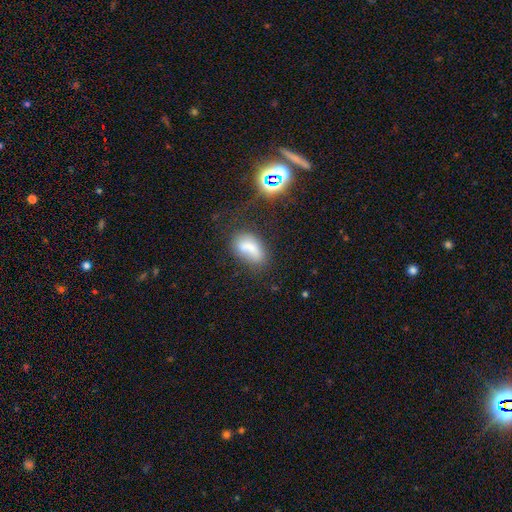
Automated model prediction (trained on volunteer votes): Smooth or featured? Predicted: smooth (p=0.54). How rounded? Predicted: in between (p=0.82). Merging? Predicted: none (p=0.63).